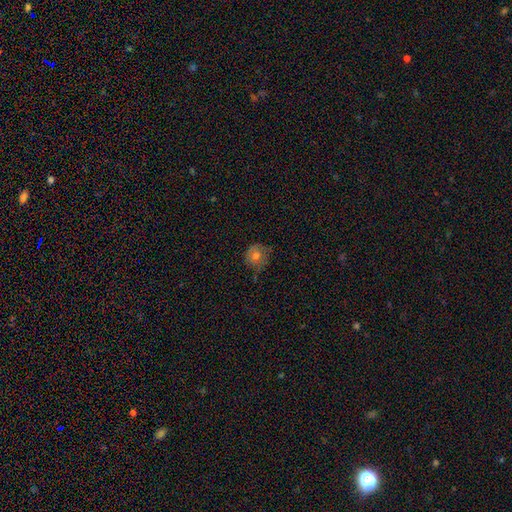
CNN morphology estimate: This is likely a smooth galaxy (67%). How rounded: clearly round (87%). Merging: likely none (66%).